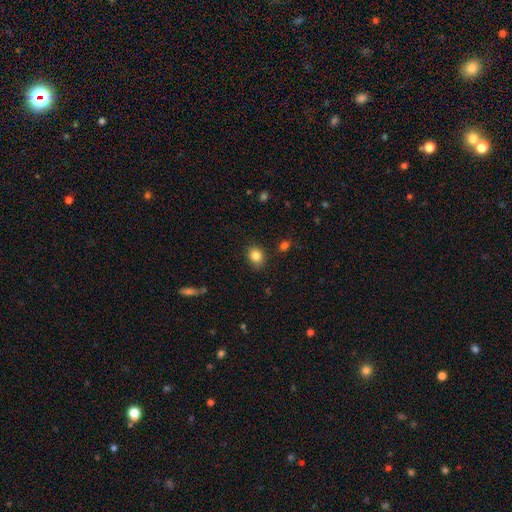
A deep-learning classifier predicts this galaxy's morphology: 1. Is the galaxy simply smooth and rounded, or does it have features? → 85% smooth, 10% star or artifact, 5% featured or disk.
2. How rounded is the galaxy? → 59% round, 40% in between, 1% cigar-shaped.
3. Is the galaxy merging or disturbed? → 81% none, 14% minor disturbance, 3% major disturbance, 2% merger.